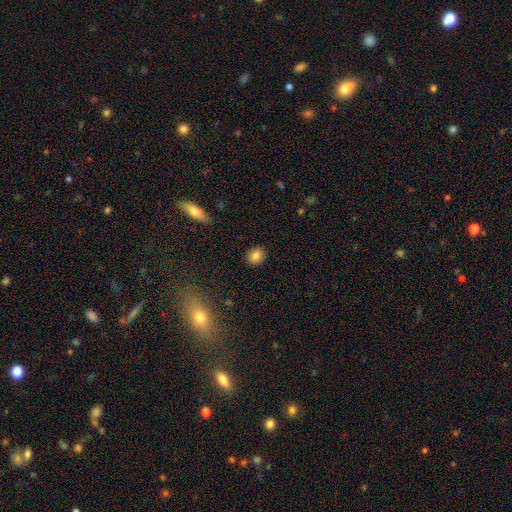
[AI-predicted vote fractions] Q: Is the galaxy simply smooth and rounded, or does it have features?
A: smooth — 83%.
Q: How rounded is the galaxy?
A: round — 71%.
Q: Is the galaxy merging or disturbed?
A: none — 90%.